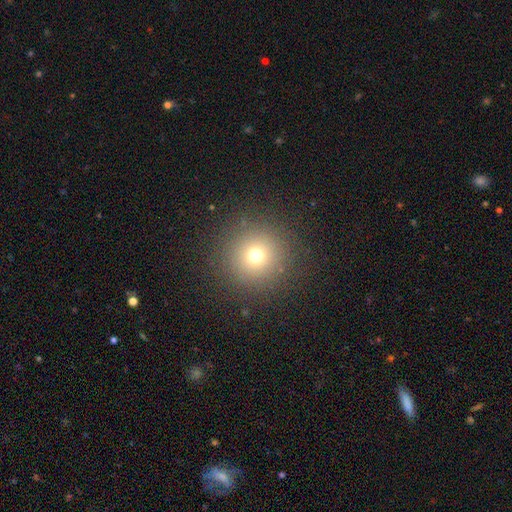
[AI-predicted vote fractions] Smooth or featured? Predicted: smooth (p=0.69). How rounded? Predicted: round (p=0.96). Merging? Predicted: none (p=0.89).